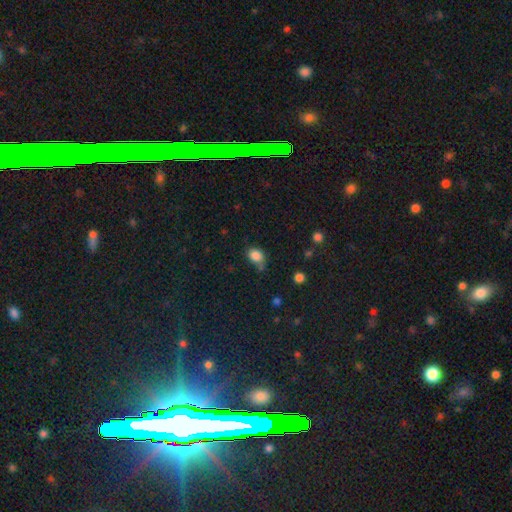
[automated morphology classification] A smooth galaxy with no disk features (84%) that is in between round and cigar-shaped (61%). Merging: none (53%).